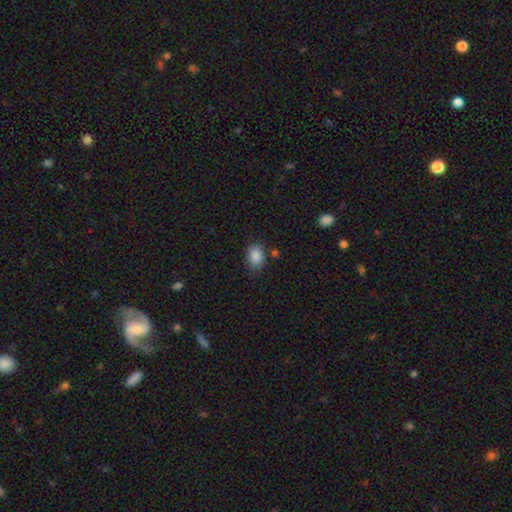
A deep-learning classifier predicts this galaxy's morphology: This appears to be a smooth galaxy with no disk features (87%) that is in between round and cigar-shaped (80%). Merging: none (74%).